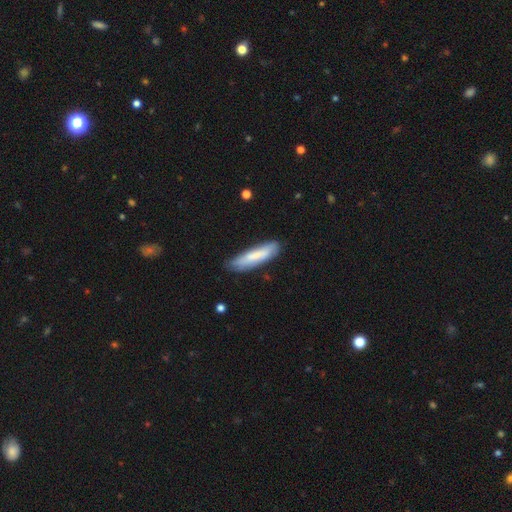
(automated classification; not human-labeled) Smooth or featured? Predicted: smooth (p=0.67). How rounded? Predicted: cigar-shaped (p=0.74). Merging? Predicted: none (p=0.75).